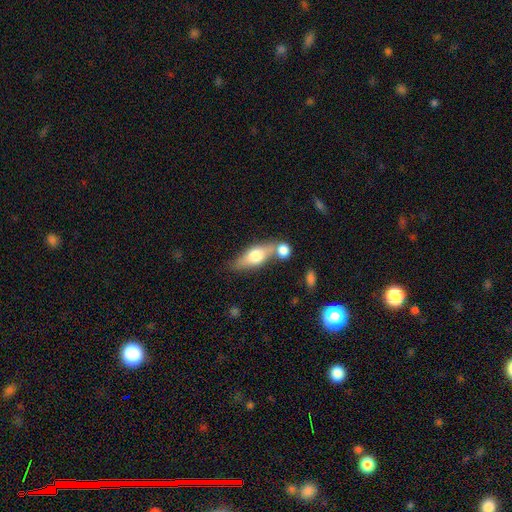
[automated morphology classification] smooth-or-featured: smooth: 58% | featured or disk: 36% | star or artifact: 6%
  how-rounded: in between: 65% | cigar-shaped: 30% | round: 5%
  merging: none: 46% | merger: 36% | minor disturbance: 13% | major disturbance: 5%